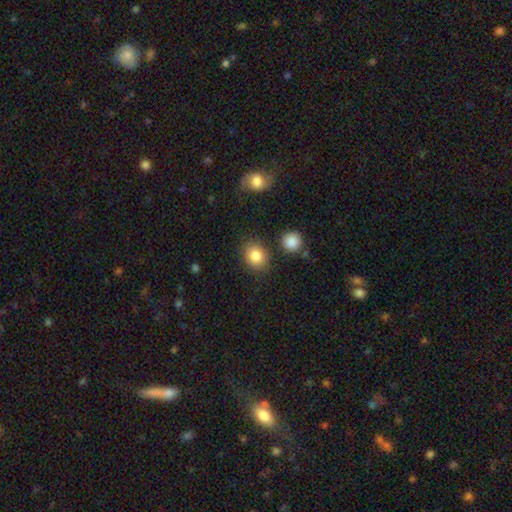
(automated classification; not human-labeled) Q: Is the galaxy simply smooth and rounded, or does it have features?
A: smooth — 84%.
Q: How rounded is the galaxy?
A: round — 58%.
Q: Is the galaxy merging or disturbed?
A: none — 82%.